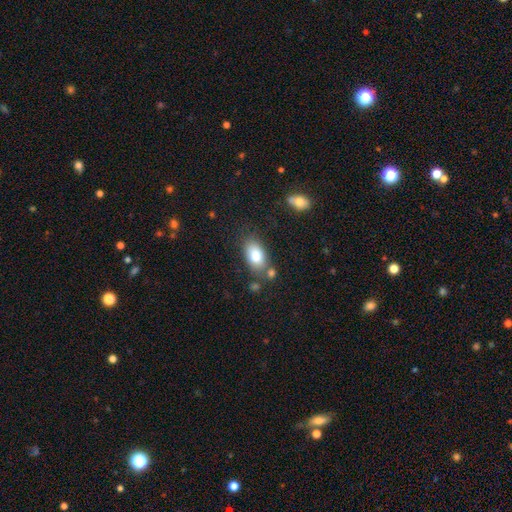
A smooth galaxy with no disk features (84%) that is in between round and cigar-shaped (87%). Merging: none (80%).